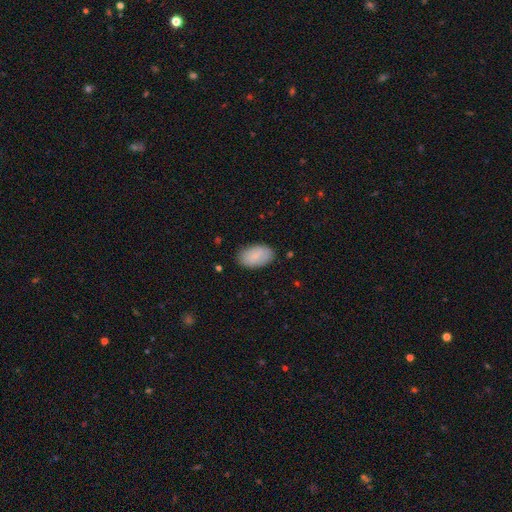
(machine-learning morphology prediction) Q: Smooth or featured?
A: smooth (85%); runner-up: featured or disk (9%)
Q: How rounded?
A: in between (95%); runner-up: round (4%)
Q: Merging?
A: none (85%); runner-up: minor disturbance (12%)